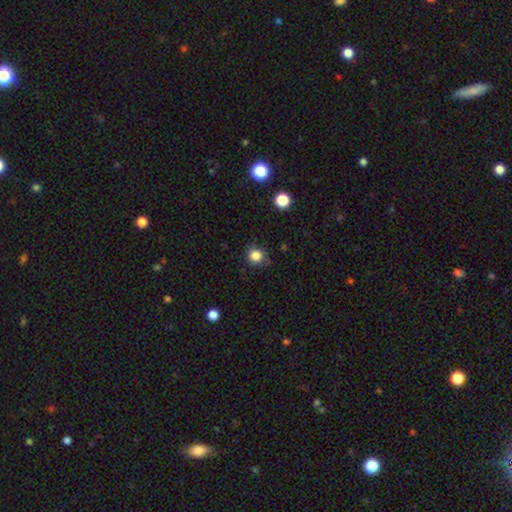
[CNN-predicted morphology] The model was most divided on "merging": none: 81%, minor disturbance: 14%, major disturbance: 3%, merger: 1%. More confident: how rounded — round (90%); smooth or featured — smooth (84%).